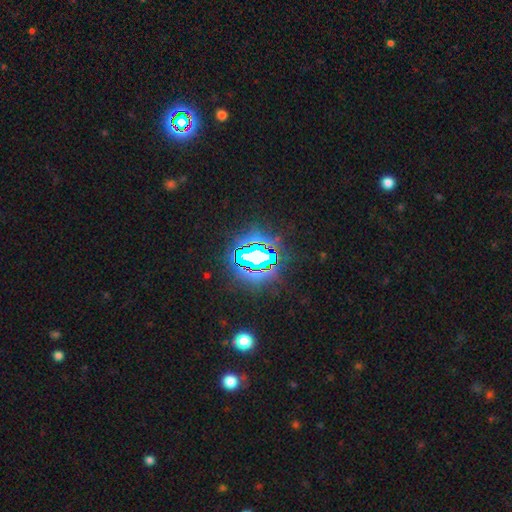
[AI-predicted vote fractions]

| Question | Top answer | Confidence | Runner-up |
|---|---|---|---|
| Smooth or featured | star or artifact | 78% | smooth (11%) |